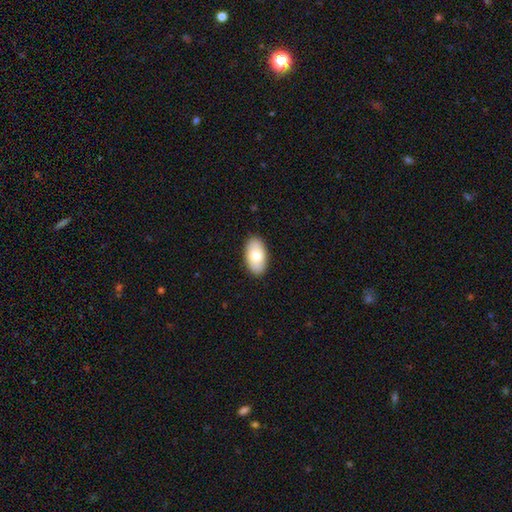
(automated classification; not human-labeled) This appears to be a smooth galaxy with no disk features (76%) that is in between round and cigar-shaped (95%). Merging: none (89%).